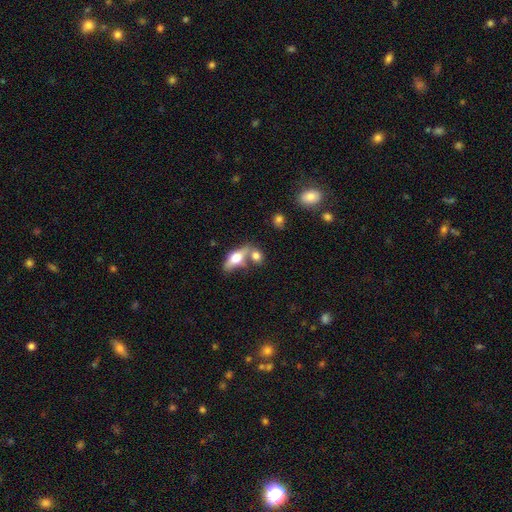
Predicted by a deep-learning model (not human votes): Q: Smooth or featured?
A: smooth (67%); runner-up: featured or disk (25%)
Q: How rounded?
A: in between (62%); runner-up: round (21%)
Q: Merging?
A: none (44%); runner-up: merger (40%)